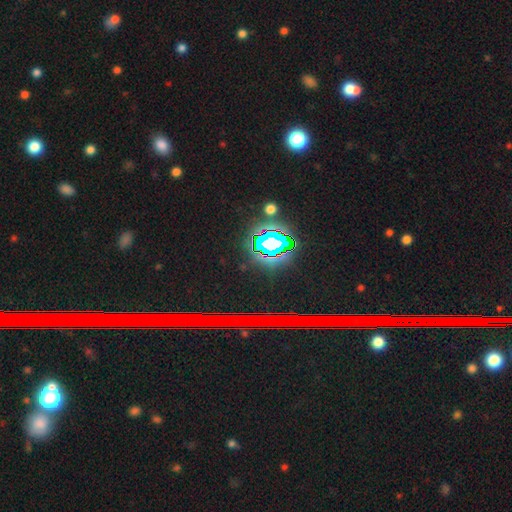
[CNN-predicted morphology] smooth-or-featured: star or artifact: 78% | smooth: 12% | featured or disk: 10%